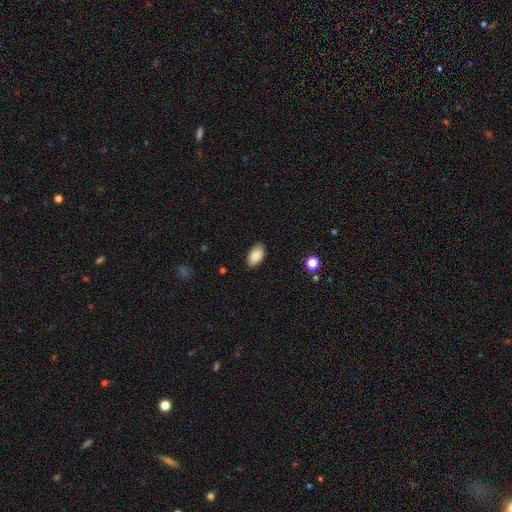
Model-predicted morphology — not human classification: Overall: smooth (88%). How rounded: in between (94%). Merging: none (86%).